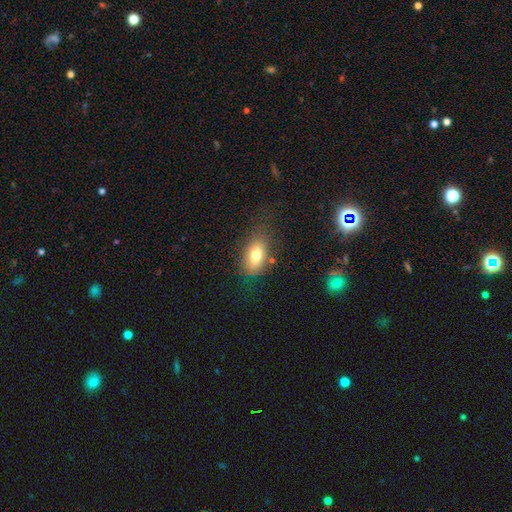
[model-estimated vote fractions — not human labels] Smooth or featured?
  - smooth: 75% *
  - featured or disk: 16%
  - star or artifact: 9%
How rounded?
  - in between: 87% *
  - round: 10%
  - cigar-shaped: 3%
Merging?
  - none: 68% *
  - minor disturbance: 21%
  - major disturbance: 8%
  - merger: 3%